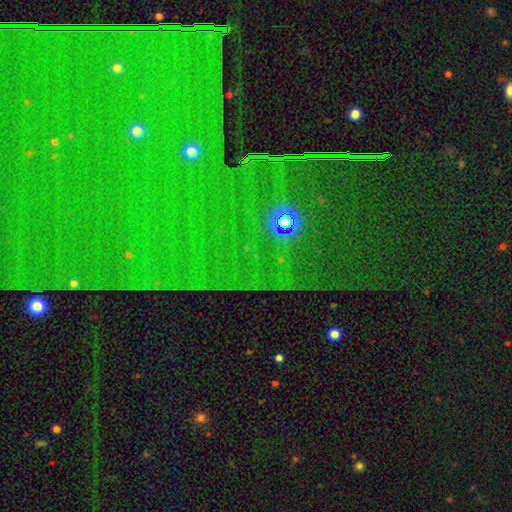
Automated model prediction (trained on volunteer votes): star or artifact 84%, smooth 8%, featured or disk 8%.